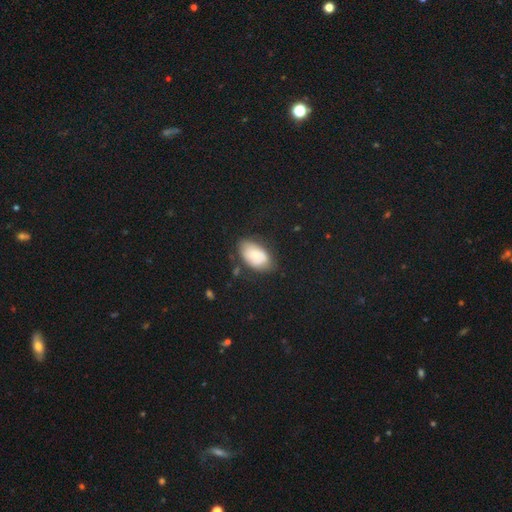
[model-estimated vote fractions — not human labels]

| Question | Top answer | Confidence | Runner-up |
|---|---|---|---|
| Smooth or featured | smooth | 64% | featured or disk (28%) |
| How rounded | in between | 92% | round (6%) |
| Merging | none | 64% | minor disturbance (25%) |